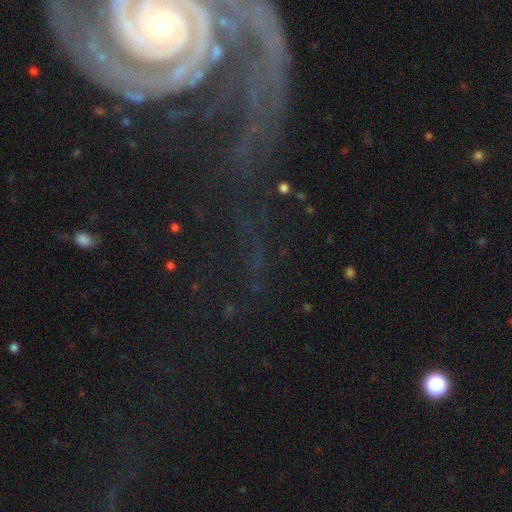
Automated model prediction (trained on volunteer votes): This appears to be a featured or disk galaxy (47%). Merging: none (53%).